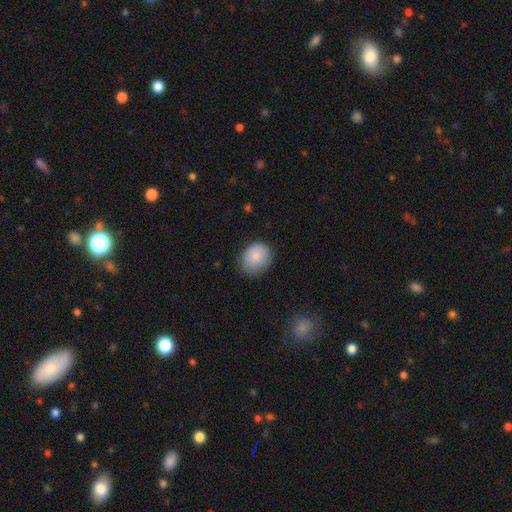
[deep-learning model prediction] Smooth or featured: smooth — 85% (star or artifact — 8%)
How rounded: round — 55% (in between — 44%)
Merging: none — 75% (minor disturbance — 20%)